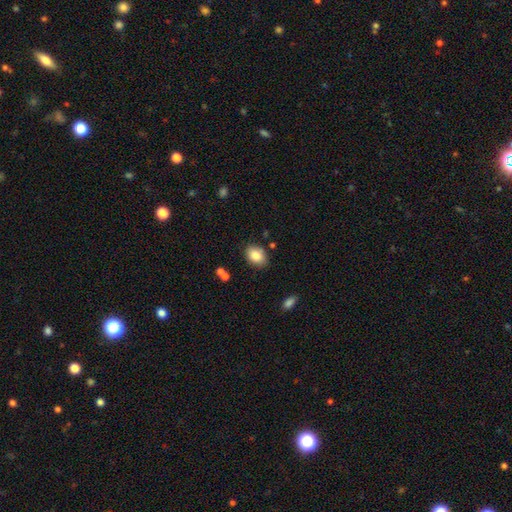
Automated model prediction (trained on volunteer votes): Smooth or featured: smooth — 84% (featured or disk — 8%)
How rounded: in between — 79% (round — 20%)
Merging: none — 81% (minor disturbance — 12%)